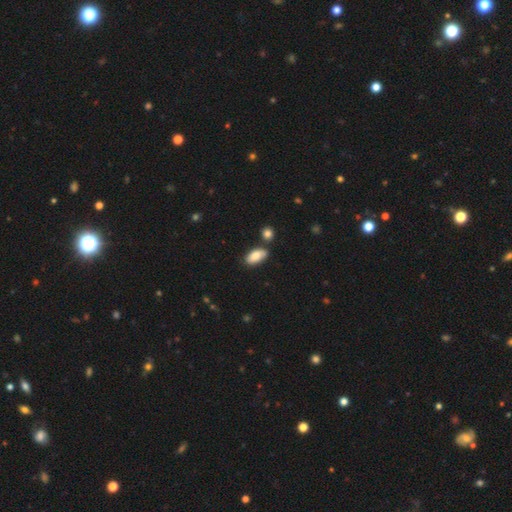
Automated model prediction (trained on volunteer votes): smooth_or_featured: smooth (p=0.84) [alt: featured or disk p=0.10]
how_rounded: in between (p=0.92) [alt: cigar-shaped p=0.05]
merging: none (p=0.70) [alt: minor disturbance p=0.17]